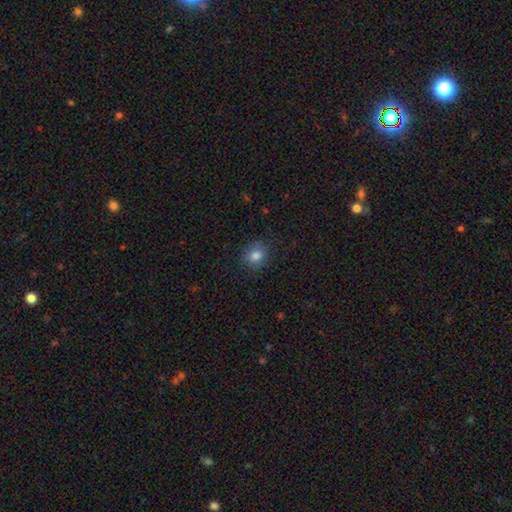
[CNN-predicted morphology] A smooth galaxy with no disk features (83%) that is round (75%). Merging: none (84%).